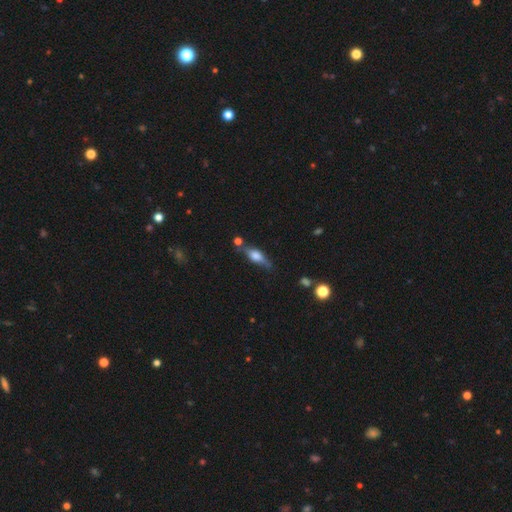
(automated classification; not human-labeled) This appears to be a featured or disk galaxy (52%) viewed edge-on (90%). Merging: none (67%).